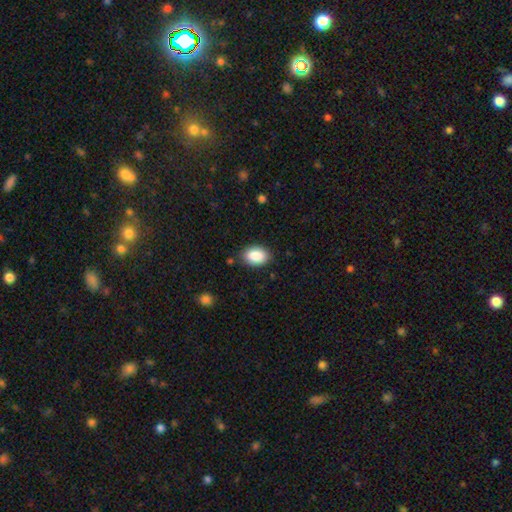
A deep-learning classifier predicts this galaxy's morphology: Q: Smooth or featured?
A: smooth (89%); runner-up: star or artifact (7%)
Q: How rounded?
A: in between (86%); runner-up: round (13%)
Q: Merging?
A: none (85%); runner-up: minor disturbance (11%)